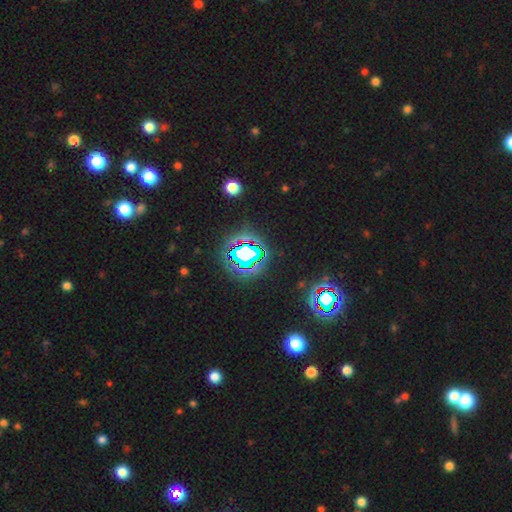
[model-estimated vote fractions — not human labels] A star or artifact, not a galaxy (81%).